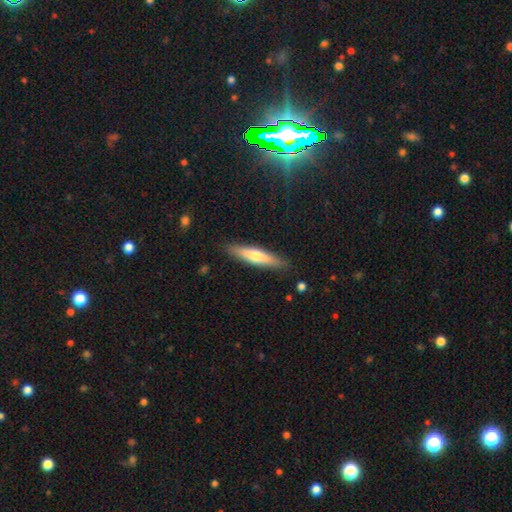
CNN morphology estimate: smooth_or_featured: smooth (p=0.57) [alt: featured or disk p=0.38]
how_rounded: cigar-shaped (p=0.84) [alt: in between p=0.14]
merging: none (p=0.89) [alt: minor disturbance p=0.08]